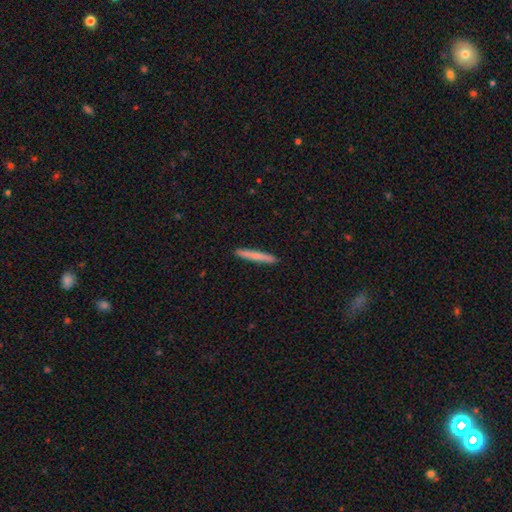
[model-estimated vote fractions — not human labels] Overall: smooth (73%). How rounded: cigar-shaped (96%). Merging: none (92%).